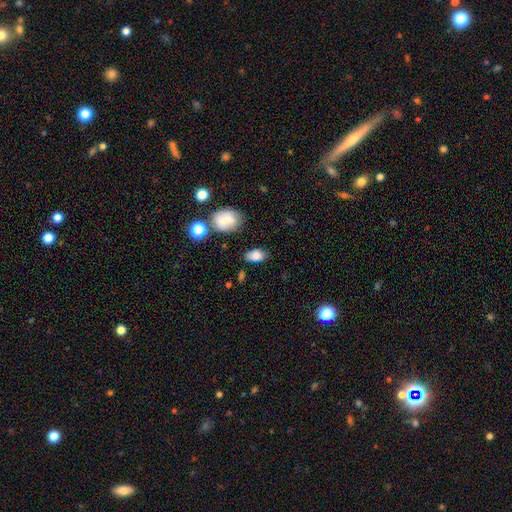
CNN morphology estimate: A smooth galaxy with no disk features (82%) that is in between round and cigar-shaped (89%). Merging: none (73%).